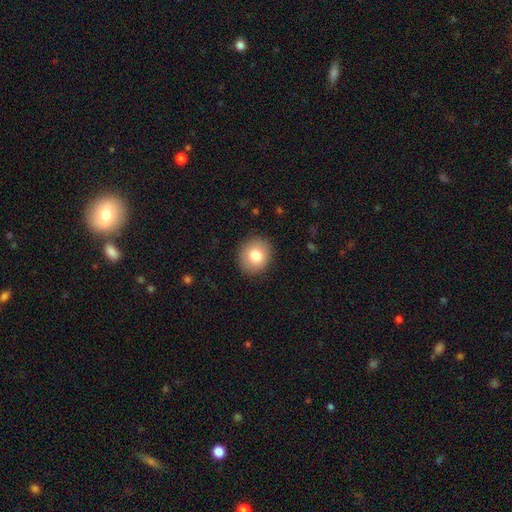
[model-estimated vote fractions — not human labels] Smooth or featured: smooth — 80% (featured or disk — 11%)
How rounded: round — 80% (in between — 19%)
Merging: none — 89% (minor disturbance — 7%)